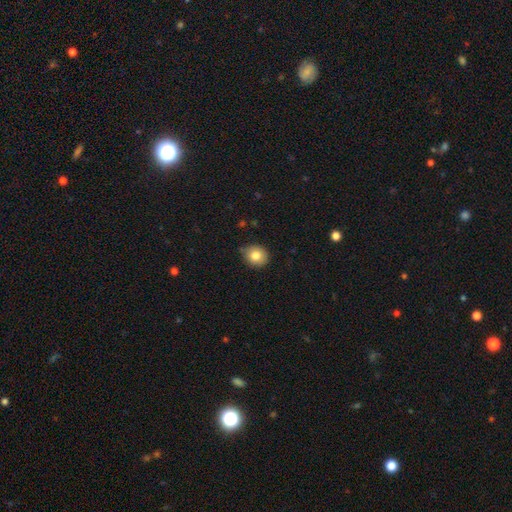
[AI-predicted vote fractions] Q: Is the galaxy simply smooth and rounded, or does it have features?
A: smooth — 81%.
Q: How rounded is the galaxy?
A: round — 81%.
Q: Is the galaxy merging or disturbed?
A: none — 78%.